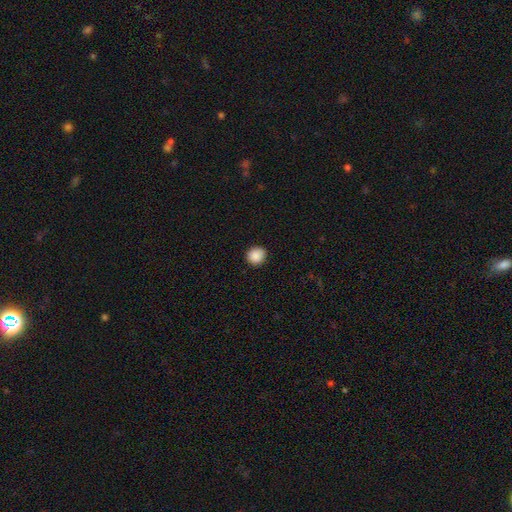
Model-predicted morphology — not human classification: Smooth or featured? Predicted: smooth (p=0.88). How rounded? Predicted: round (p=0.88). Merging? Predicted: none (p=0.89).